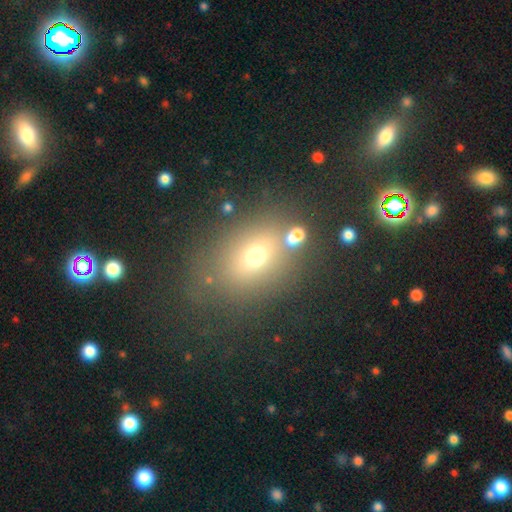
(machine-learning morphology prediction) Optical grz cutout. It shows a smooth galaxy with no disk features (63%) that is in between round and cigar-shaped (60%). Merging: none (71%).